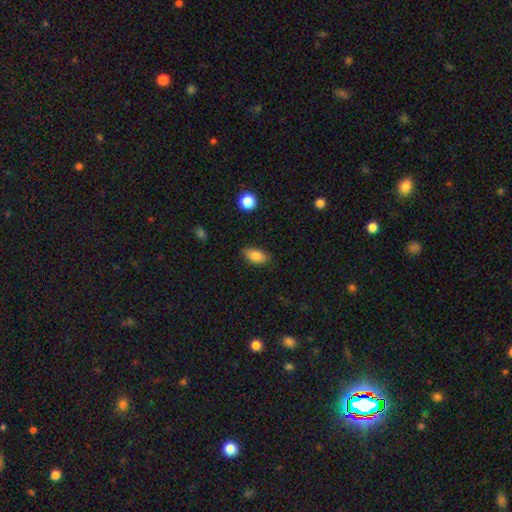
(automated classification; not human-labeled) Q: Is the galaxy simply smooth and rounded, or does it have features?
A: smooth — 84%.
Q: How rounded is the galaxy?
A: in between — 90%.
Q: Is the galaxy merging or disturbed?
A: none — 82%.